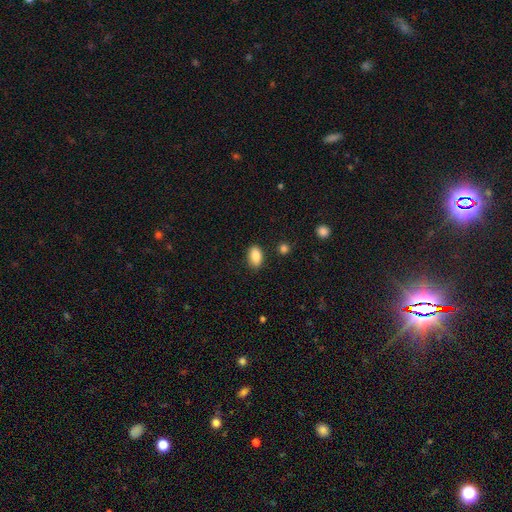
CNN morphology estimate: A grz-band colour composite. It shows a smooth galaxy with no disk features (87%) that is in between round and cigar-shaped (89%). Merging: none (85%).